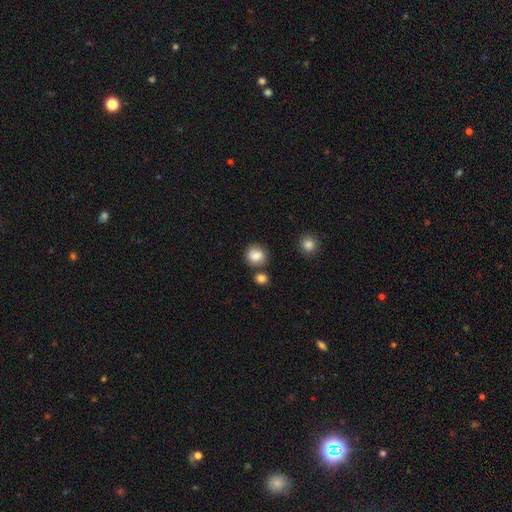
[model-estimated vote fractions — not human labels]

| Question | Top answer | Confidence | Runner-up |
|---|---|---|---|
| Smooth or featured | smooth | 84% | star or artifact (9%) |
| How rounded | round | 86% | in between (13%) |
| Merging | none | 76% | minor disturbance (11%) |